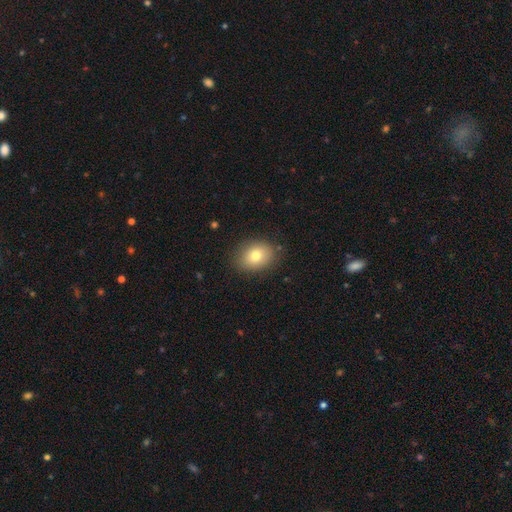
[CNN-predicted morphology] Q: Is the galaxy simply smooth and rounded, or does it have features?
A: smooth — 78%.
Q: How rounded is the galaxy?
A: in between — 62%.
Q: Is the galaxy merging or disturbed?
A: none — 84%.